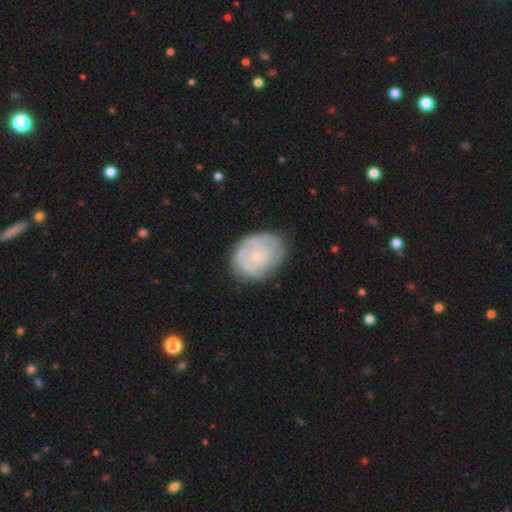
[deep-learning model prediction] smooth-or-featured: featured or disk: 53% | smooth: 41% | star or artifact: 6%
  disk-edge-on: no: 97% | yes: 3%
    bar: no: 83% | weak: 14% | strong: 2%
    has-spiral-arms: yes: 62% | no: 38%
    bulge-size: small: 69% | moderate: 24% | none: 5% | large: 2% | dominant: 1%
  merging: none: 70% | minor disturbance: 22% | major disturbance: 7% | merger: 1%